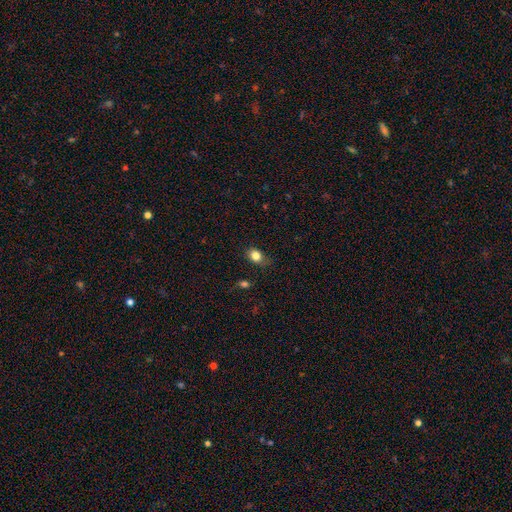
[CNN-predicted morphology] This is clearly a smooth galaxy (83%). How rounded: possibly in between (59%). Merging: likely none (71%).